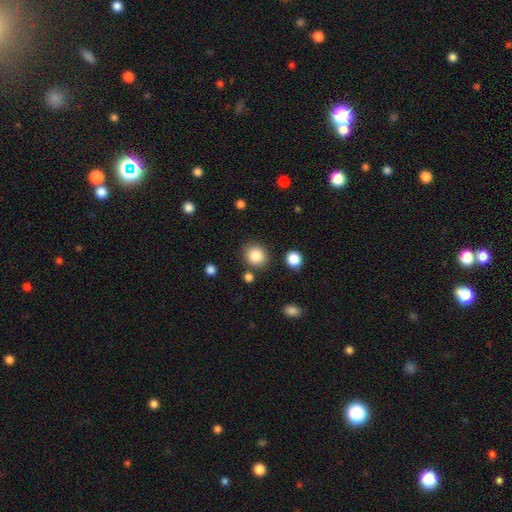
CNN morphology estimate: Smooth or featured: smooth — 86% (star or artifact — 10%)
How rounded: round — 83% (in between — 16%)
Merging: none — 84% (minor disturbance — 8%)